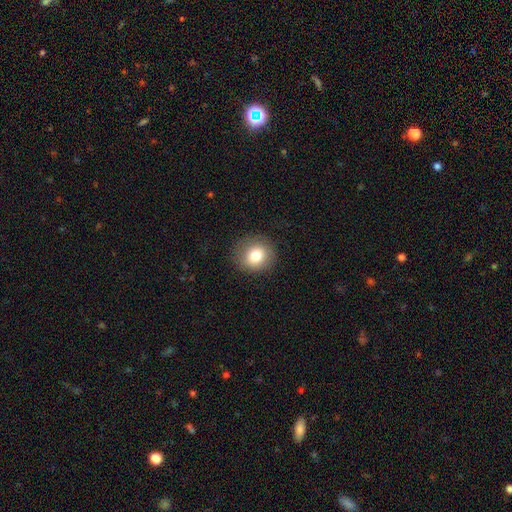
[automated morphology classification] Q: Smooth or featured?
A: smooth (78%); runner-up: featured or disk (12%)
Q: How rounded?
A: round (85%); runner-up: in between (14%)
Q: Merging?
A: none (87%); runner-up: minor disturbance (9%)